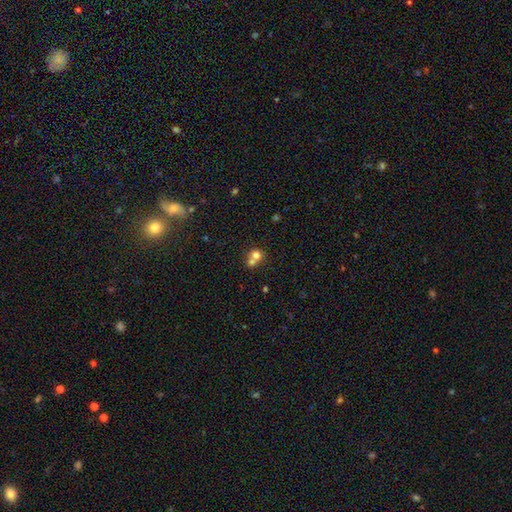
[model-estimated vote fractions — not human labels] A smooth galaxy with no disk features (71%) that is round (81%). Merging: merger (61%).